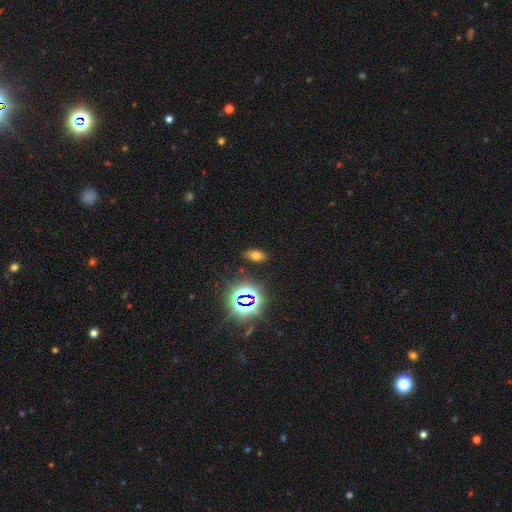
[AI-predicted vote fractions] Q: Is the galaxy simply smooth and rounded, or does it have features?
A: smooth — 60%.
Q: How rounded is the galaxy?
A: in between — 86%.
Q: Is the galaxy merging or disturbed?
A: none — 84%.